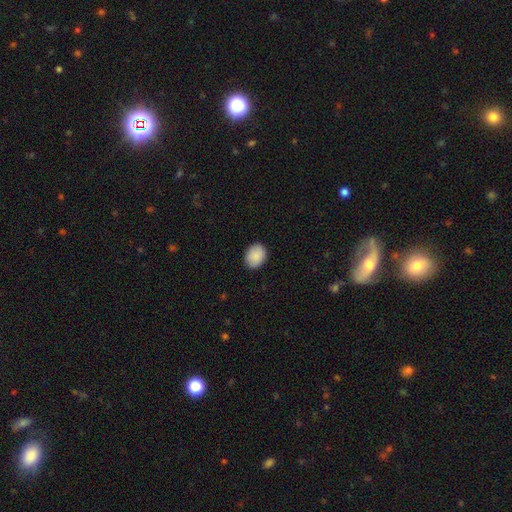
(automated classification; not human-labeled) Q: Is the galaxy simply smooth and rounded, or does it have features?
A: smooth — 90%.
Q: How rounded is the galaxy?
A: in between — 59%.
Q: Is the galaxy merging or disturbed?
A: none — 88%.